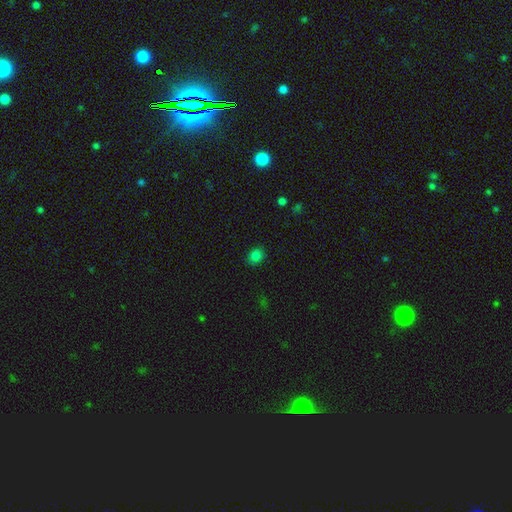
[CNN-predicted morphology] Smooth or featured?
  - smooth: 81% *
  - star or artifact: 14%
  - featured or disk: 4%
How rounded?
  - round: 57% *
  - in between: 42%
  - cigar-shaped: 1%
Merging?
  - none: 87% *
  - minor disturbance: 9%
  - major disturbance: 2%
  - merger: 1%